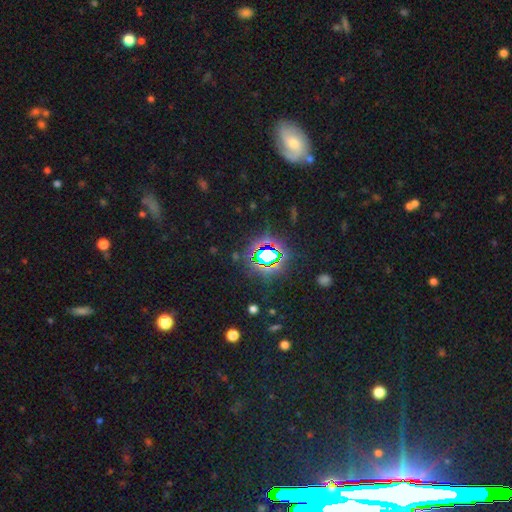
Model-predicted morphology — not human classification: Smooth or featured? Predicted: star or artifact (p=0.74).